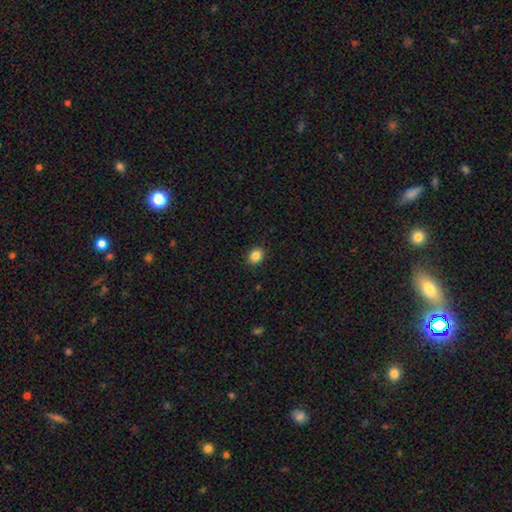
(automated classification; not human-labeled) smooth-or-featured: smooth: 85% | star or artifact: 11% | featured or disk: 4%
  how-rounded: round: 67% | in between: 32% | cigar-shaped: 1%
  merging: none: 90% | minor disturbance: 7% | major disturbance: 2% | merger: 1%